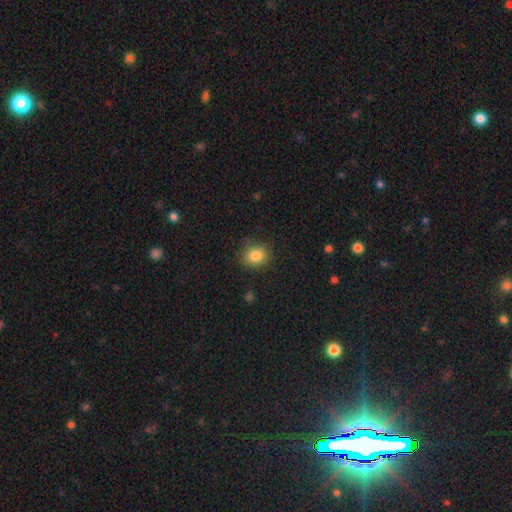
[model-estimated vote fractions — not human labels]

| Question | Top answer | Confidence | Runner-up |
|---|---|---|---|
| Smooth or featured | smooth | 84% | star or artifact (10%) |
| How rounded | round | 60% | in between (39%) |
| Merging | none | 83% | minor disturbance (13%) |